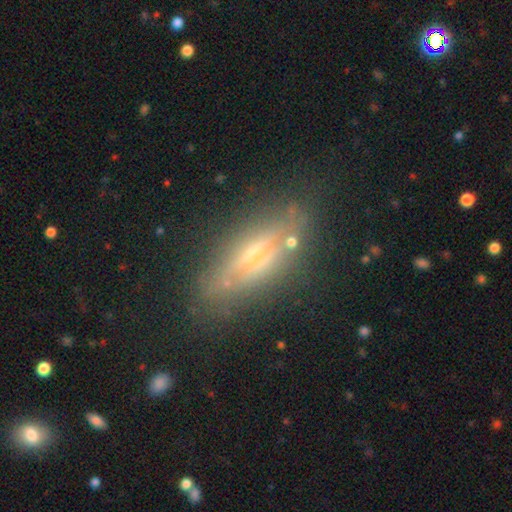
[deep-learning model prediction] Smooth or featured? featured or disk (69%)
Edge-on disk? yes (88%)
Edge-on bulge? rounded (75%)
Merging? none (78%)